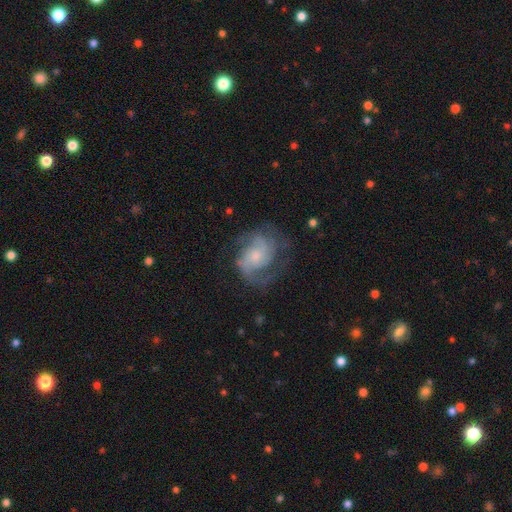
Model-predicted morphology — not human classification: Smooth or featured? Predicted: featured or disk (p=0.81). Edge-on disk? Predicted: no (p=0.98). Bar? Predicted: no (p=0.63). Spiral arms? Predicted: yes (p=0.95). Spiral winding? Predicted: medium (p=0.48). Spiral arm count? Predicted: 2 (p=0.59). Bulge size? Predicted: small (p=0.55). Merging? Predicted: none (p=0.65).